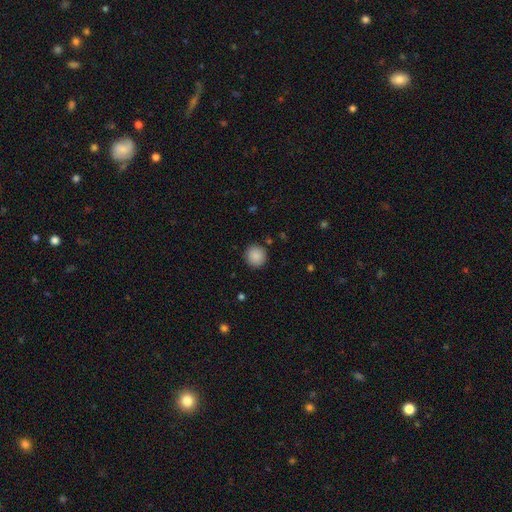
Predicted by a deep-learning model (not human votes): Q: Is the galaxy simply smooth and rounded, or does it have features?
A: smooth — 89%.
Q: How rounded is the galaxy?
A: round — 93%.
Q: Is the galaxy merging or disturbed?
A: none — 90%.